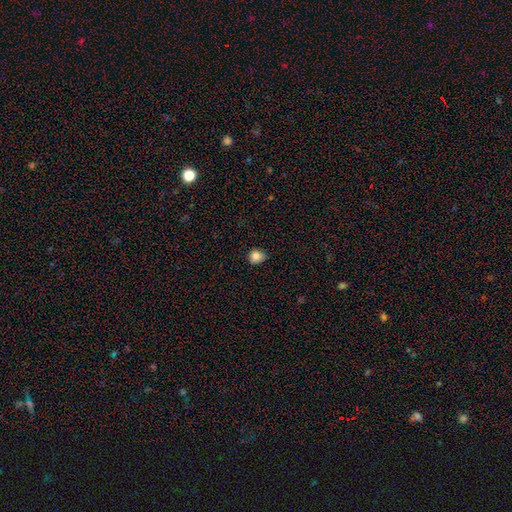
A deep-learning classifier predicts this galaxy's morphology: smooth_or_featured: smooth (p=0.83) [alt: star or artifact p=0.11]
how_rounded: round (p=0.71) [alt: in between p=0.28]
merging: none (p=0.74) [alt: minor disturbance p=0.21]